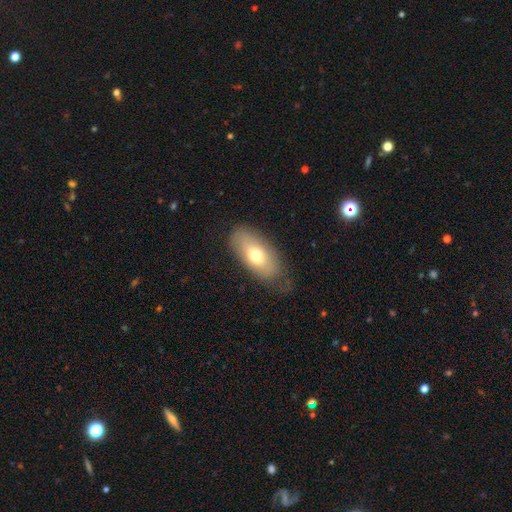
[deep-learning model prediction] The model was most divided on "smooth or featured": smooth: 68%, featured or disk: 24%, star or artifact: 8%. More confident: how rounded — in between (89%); merging — none (71%).